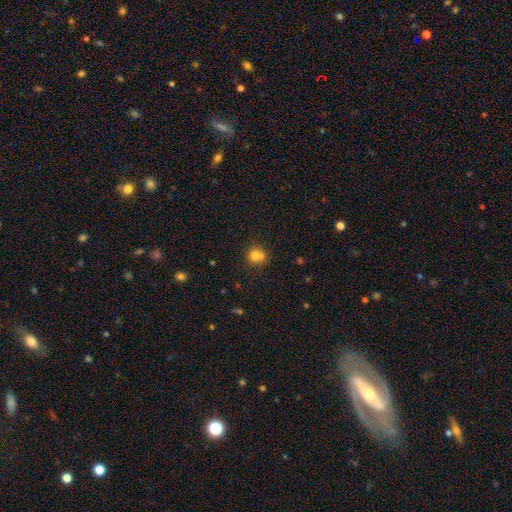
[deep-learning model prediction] This appears to be a smooth galaxy with no disk features (74%) that is round (80%). Merging: merger (47%).